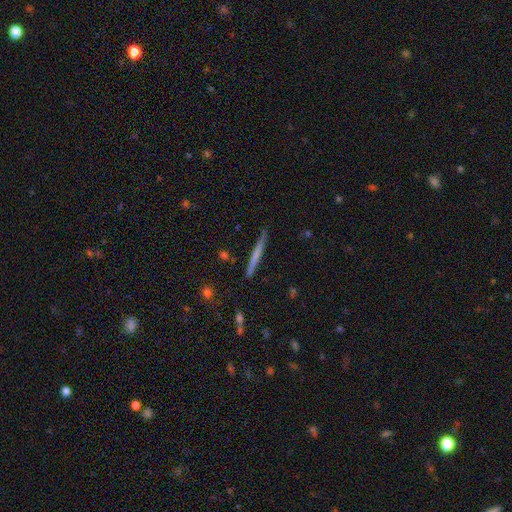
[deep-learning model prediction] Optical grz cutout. It shows a smooth galaxy with no disk features (51%) that is cigar-shaped (96%). Merging: none (87%).